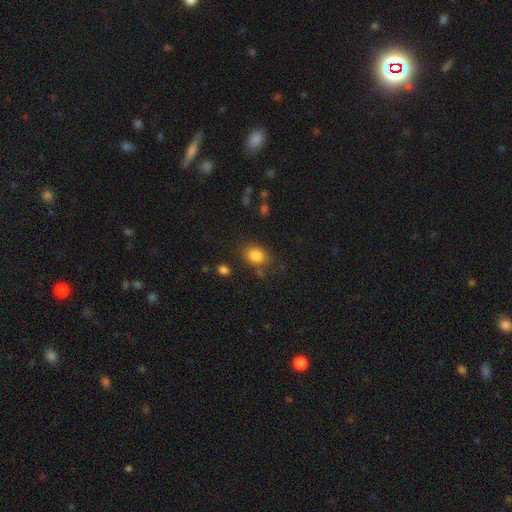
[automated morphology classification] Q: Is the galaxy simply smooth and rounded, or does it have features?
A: smooth — 84%.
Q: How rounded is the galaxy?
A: in between — 66%.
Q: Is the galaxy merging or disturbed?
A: none — 76%.